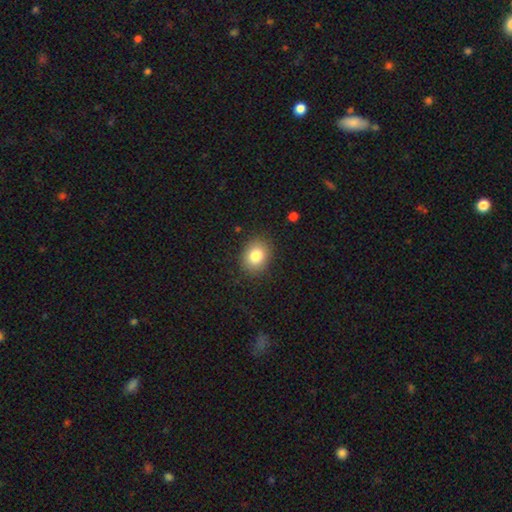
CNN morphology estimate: Overall: smooth (82%). How rounded: round (53%; in between 47%). Merging: none (87%).